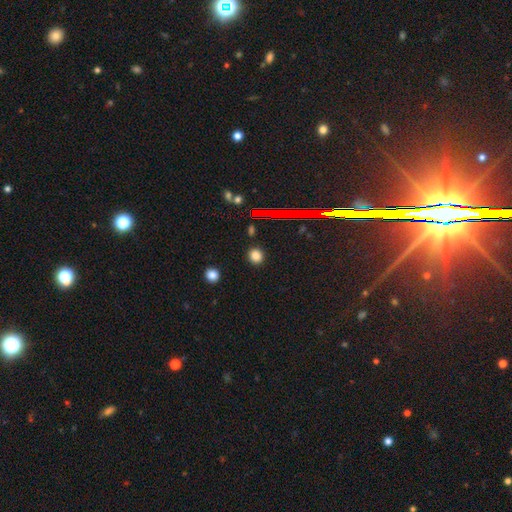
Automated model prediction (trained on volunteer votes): smooth-or-featured: smooth: 79% | star or artifact: 16% | featured or disk: 5%
  how-rounded: round: 74% | in between: 24% | cigar-shaped: 2%
  merging: none: 89% | minor disturbance: 7% | major disturbance: 2% | merger: 2%